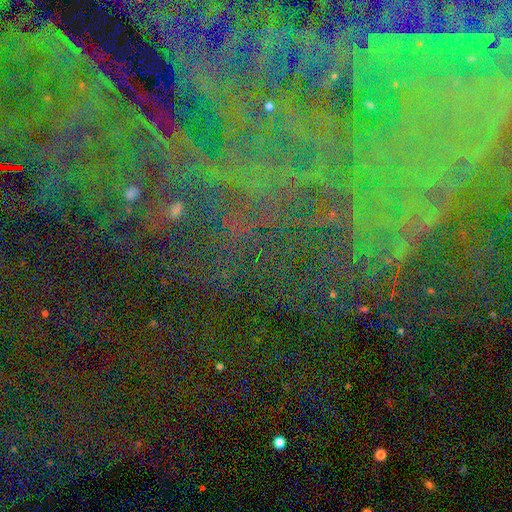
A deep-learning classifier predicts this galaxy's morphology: Smooth or featured: star or artifact — 72% (featured or disk — 18%)